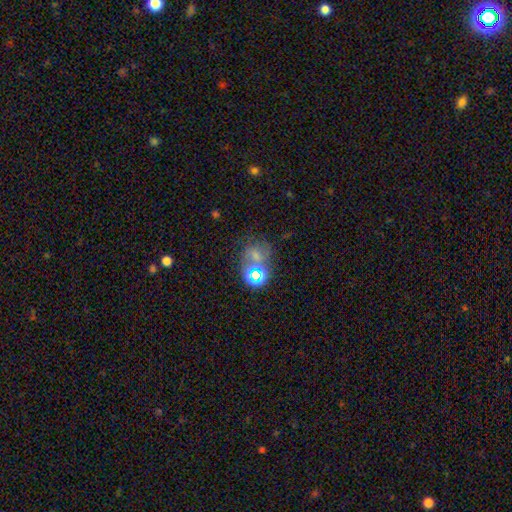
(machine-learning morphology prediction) Smooth or featured? Predicted: smooth (p=0.43). Merging? Predicted: none (p=0.49).